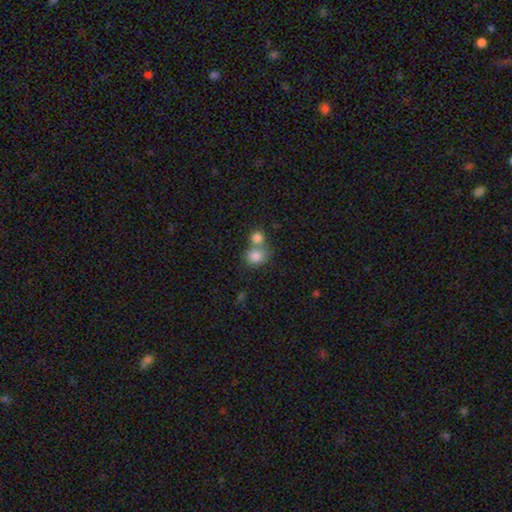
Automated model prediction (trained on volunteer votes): This appears to be a smooth galaxy with no disk features (82%) that is round (76%). Merging: merger (47%).